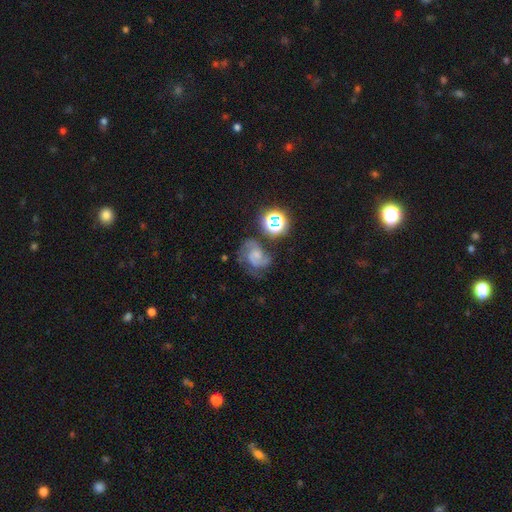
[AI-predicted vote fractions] Smooth or featured?
  - featured or disk: 71% *
  - smooth: 16%
  - star or artifact: 13%
Edge-on disk?
  - no: 98% *
  - yes: 2%
Bar?
  - no: 59% *
  - weak: 34%
  - strong: 7%
Spiral arms?
  - yes: 93% *
  - no: 7%
Spiral winding?
  - medium: 53% *
  - tight: 26%
  - loose: 21%
Spiral arm count?
  - 2: 78% *
  - can't tell: 9%
  - 3: 5%
  - 1: 4%
  - 4: 2%
  - more than 4: 2%
Bulge size?
  - small: 40% *
  - none: 29%
  - moderate: 23%
  - large: 6%
  - dominant: 2%
Merging?
  - none: 51% *
  - minor disturbance: 23%
  - major disturbance: 19%
  - merger: 7%